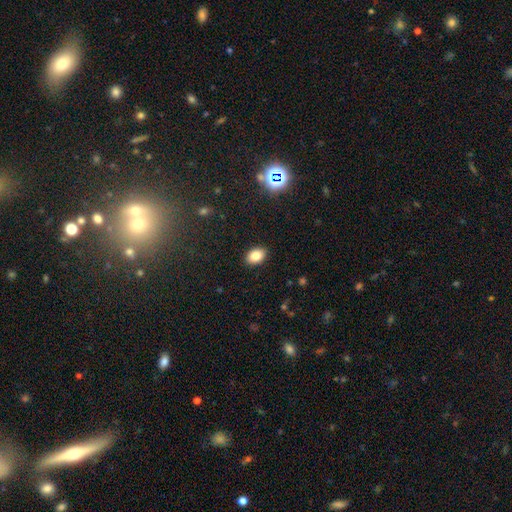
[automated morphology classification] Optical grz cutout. It shows a smooth galaxy with no disk features (83%) that is in between round and cigar-shaped (87%). Merging: none (89%).